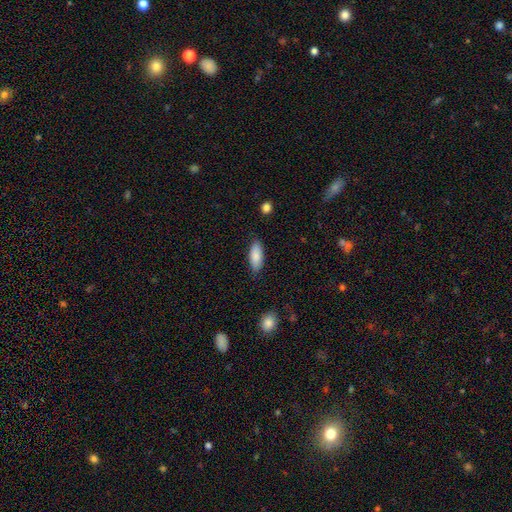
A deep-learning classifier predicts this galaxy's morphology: A smooth galaxy with no disk features (87%) that is in between round and cigar-shaped (77%).

Vote fractions:
- Smooth or featured? smooth: 87% / featured or disk: 7% / star or artifact: 6%
- How rounded? in between: 77% / cigar-shaped: 21% / round: 2%
- Merging? none: 84% / minor disturbance: 12% / major disturbance: 3% / merger: 1%